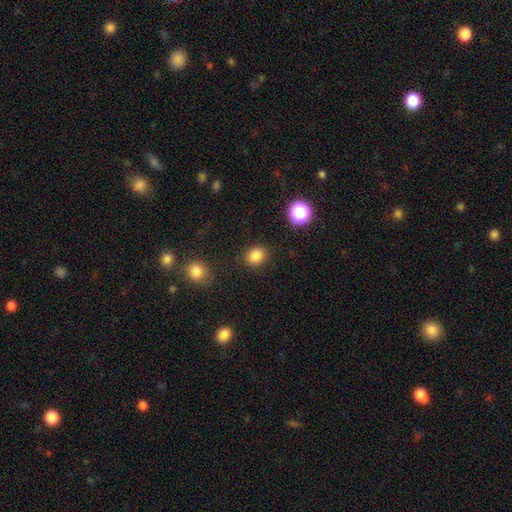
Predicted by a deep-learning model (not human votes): A smooth galaxy with no disk features (84%) that is round (74%). Merging: none (87%).